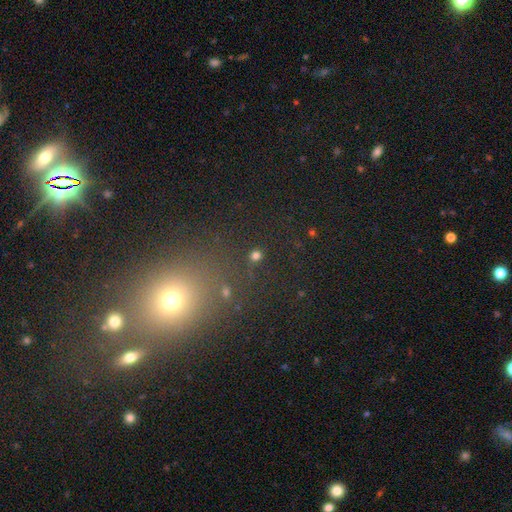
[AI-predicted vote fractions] The model was most divided on "smooth or featured": smooth: 73%, star or artifact: 22%, featured or disk: 6%. More confident: how rounded — round (89%); merging — none (83%).